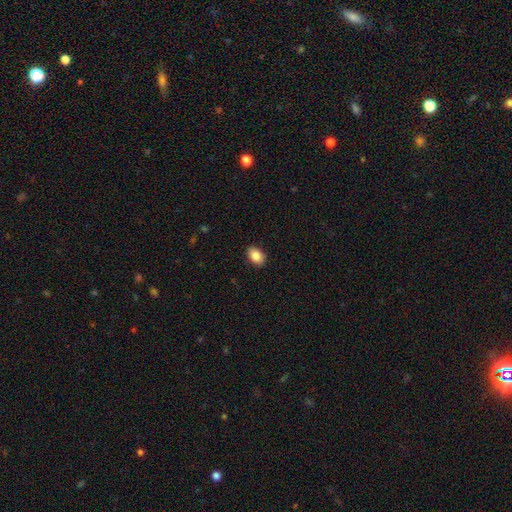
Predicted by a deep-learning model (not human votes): Smooth or featured? Predicted: smooth (p=0.86). How rounded? Predicted: in between (p=0.83). Merging? Predicted: none (p=0.89).